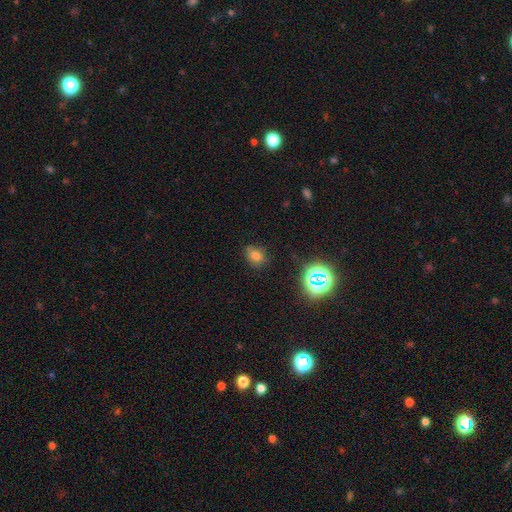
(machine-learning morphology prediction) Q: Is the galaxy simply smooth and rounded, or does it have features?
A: smooth — 69%.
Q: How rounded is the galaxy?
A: round — 53%.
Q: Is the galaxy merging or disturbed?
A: none — 74%.